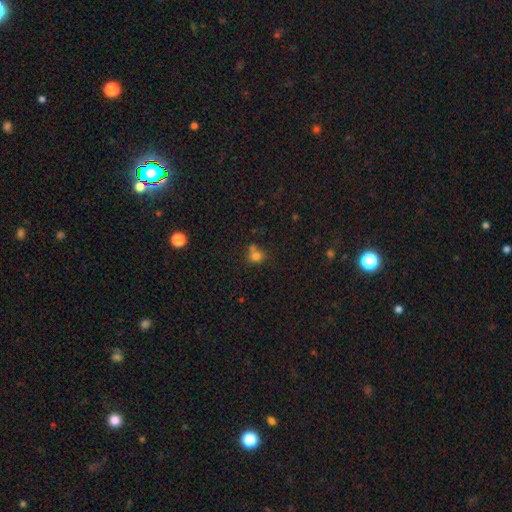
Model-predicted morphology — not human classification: smooth-or-featured: smooth: 75% | star or artifact: 15% | featured or disk: 9%
  how-rounded: round: 72% | in between: 27% | cigar-shaped: 1%
  merging: none: 46% | merger: 32% | minor disturbance: 16% | major disturbance: 7%